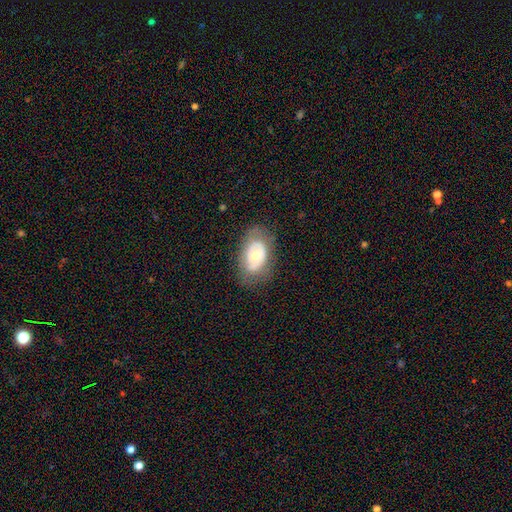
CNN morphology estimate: Overall: featured or disk (51%; smooth 42%). Edge-on disk: no (91%). Merging: none (70%).